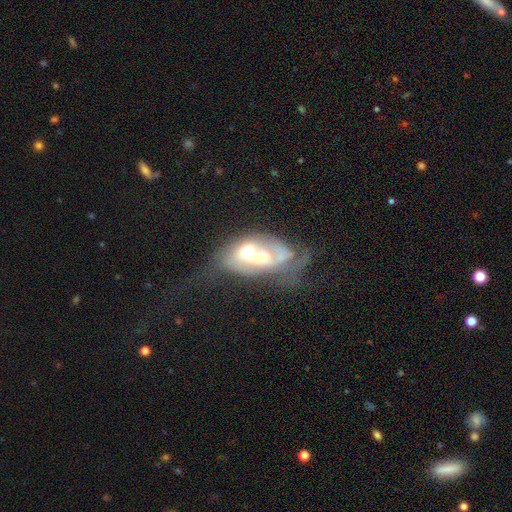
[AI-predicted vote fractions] Smooth or featured? Predicted: featured or disk (p=0.65). Edge-on disk? Predicted: no (p=0.93). Bar? Predicted: no (p=0.69). Spiral arms? Predicted: no (p=0.56). Bulge size? Predicted: moderate (p=0.57). Merging? Predicted: merger (p=0.58).